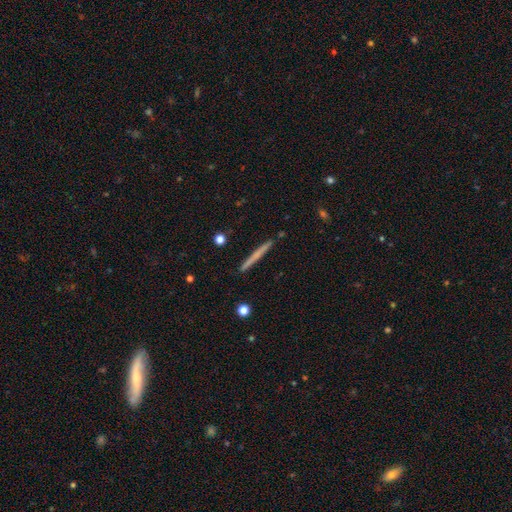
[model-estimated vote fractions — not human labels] Smooth or featured: smooth — 53% (featured or disk — 41%)
How rounded: cigar-shaped — 97% (in between — 2%)
Merging: none — 92% (minor disturbance — 6%)